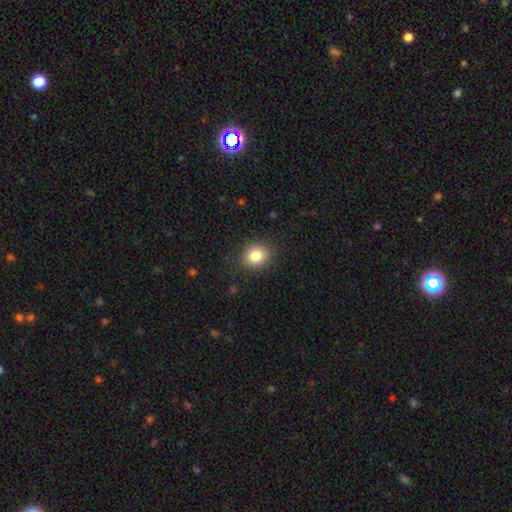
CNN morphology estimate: Smooth or featured? smooth (83%)
How rounded? round (68%)
Merging? none (87%)